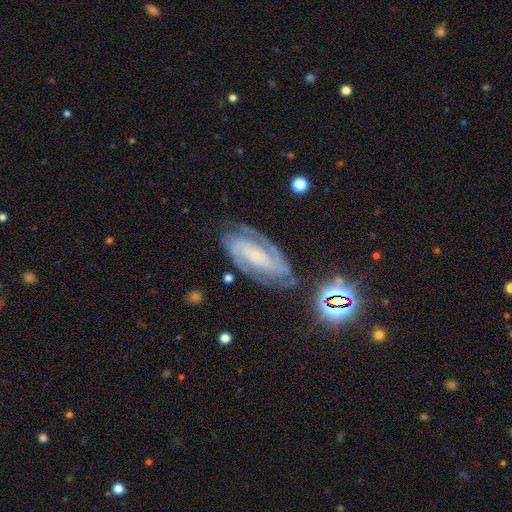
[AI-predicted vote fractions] Q: Smooth or featured?
A: featured or disk (86%); runner-up: star or artifact (8%)
Q: Edge-on disk?
A: no (96%); runner-up: yes (4%)
Q: Bar?
A: no (40%); runner-up: weak (35%)
Q: Spiral arms?
A: yes (98%); runner-up: no (2%)
Q: Spiral winding?
A: tight (63%); runner-up: medium (32%)
Q: Spiral arm count?
A: 2 (80%); runner-up: 3 (8%)
Q: Bulge size?
A: small (65%); runner-up: none (17%)
Q: Merging?
A: none (76%); runner-up: minor disturbance (16%)